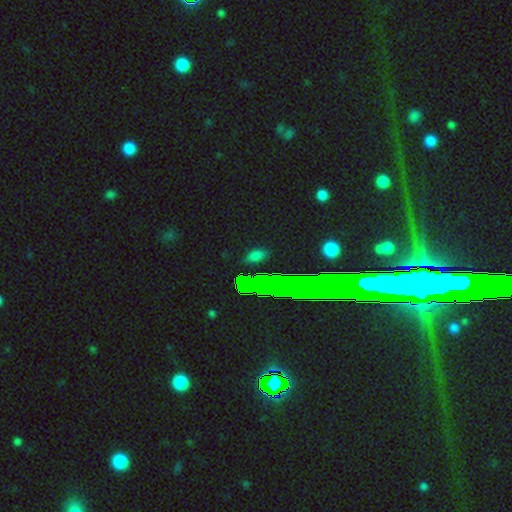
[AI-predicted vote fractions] Overall: star or artifact (50%; smooth 34%).